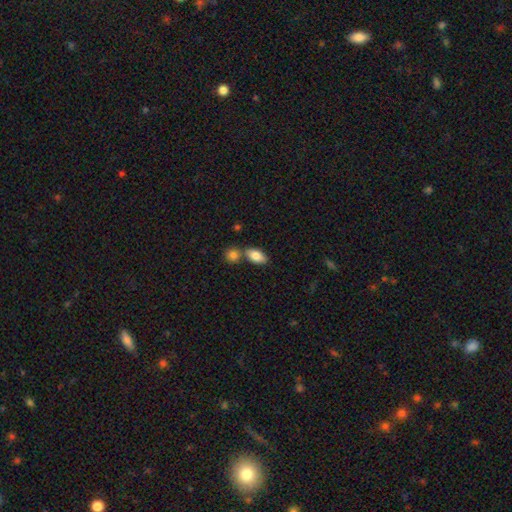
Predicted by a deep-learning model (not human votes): smooth-or-featured: smooth: 83% | featured or disk: 10% | star or artifact: 7%
  how-rounded: in between: 90% | round: 5% | cigar-shaped: 4%
  merging: none: 58% | merger: 29% | minor disturbance: 11% | major disturbance: 3%